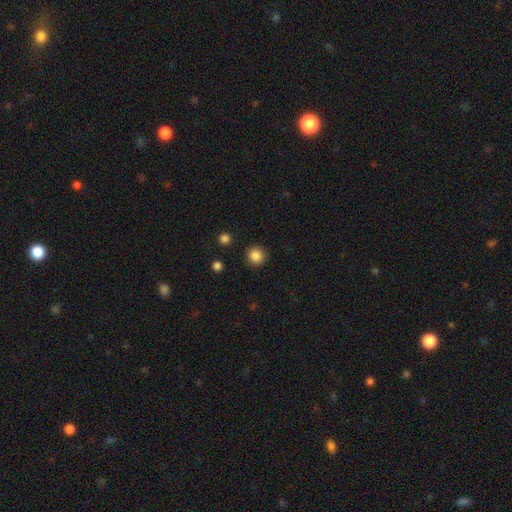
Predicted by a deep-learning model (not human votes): A smooth galaxy with no disk features (86%) that is round (93%).

Vote fractions:
- Smooth or featured? smooth: 86% / star or artifact: 11% / featured or disk: 4%
- How rounded? round: 93% / in between: 6% / cigar-shaped: 1%
- Merging? none: 91% / minor disturbance: 5% / major disturbance: 2% / merger: 2%